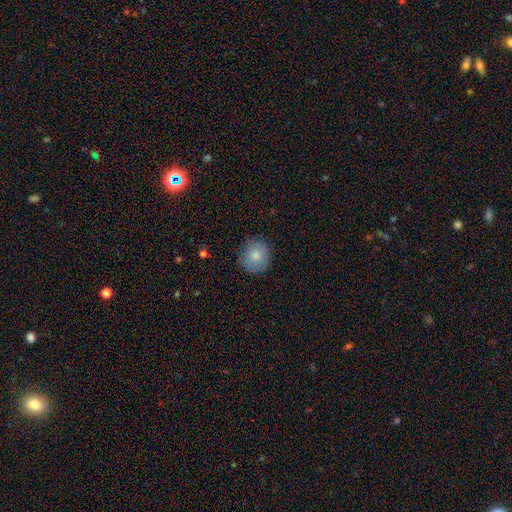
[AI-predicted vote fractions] Smooth or featured? smooth (82%)
How rounded? round (89%)
Merging? none (84%)